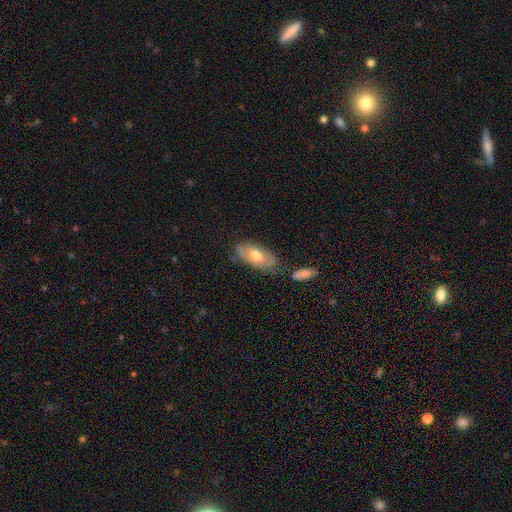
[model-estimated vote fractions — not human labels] Smooth or featured? smooth (61%)
How rounded? in between (89%)
Merging? none (63%)